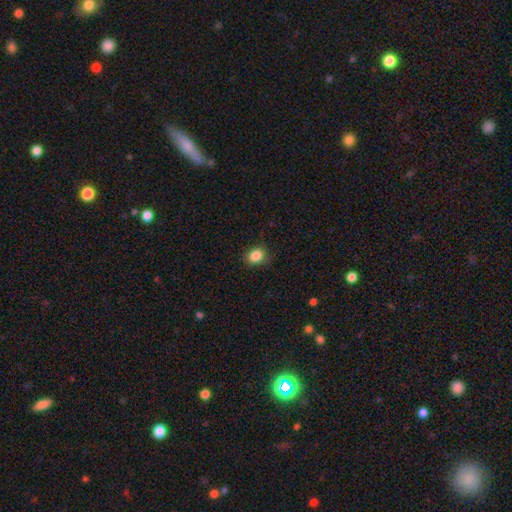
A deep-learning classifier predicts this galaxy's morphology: smooth 86%, star or artifact 10%, featured or disk 4%. Down the decision tree: how rounded — round (54%); merging — none (84%).